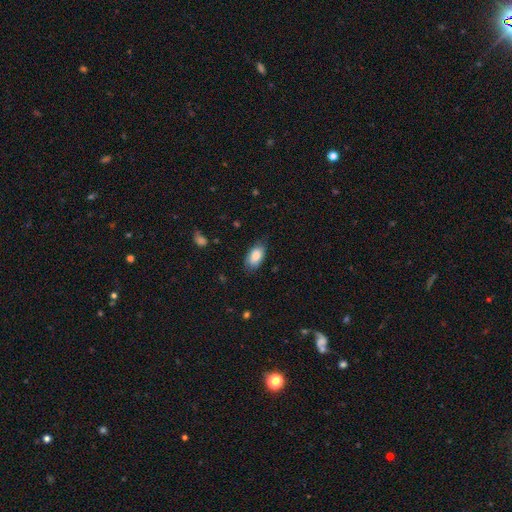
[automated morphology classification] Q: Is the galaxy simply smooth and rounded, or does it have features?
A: smooth — 84%.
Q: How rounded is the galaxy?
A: in between — 93%.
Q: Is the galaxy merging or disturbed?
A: none — 74%.